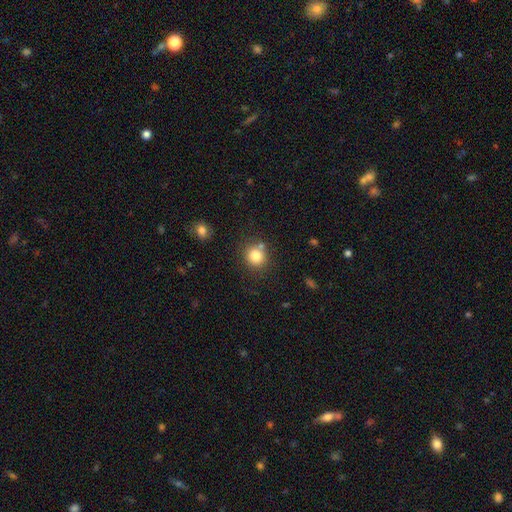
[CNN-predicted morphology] This is clearly a smooth galaxy (82%). How rounded: clearly round (87%). Merging: likely none (75%).